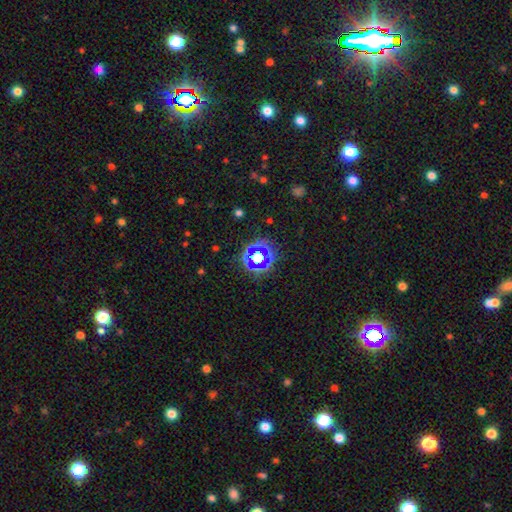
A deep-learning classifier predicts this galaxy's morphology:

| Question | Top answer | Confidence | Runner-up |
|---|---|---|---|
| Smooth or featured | star or artifact | 65% | smooth (24%) |